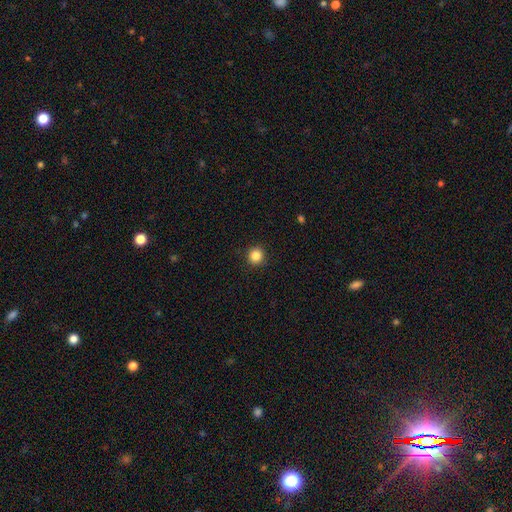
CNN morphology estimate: This appears to be a smooth galaxy with no disk features (85%) that is round (93%). Merging: none (92%).